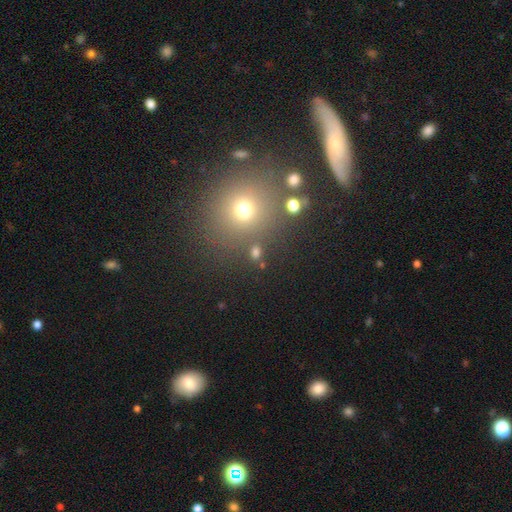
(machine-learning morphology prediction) smooth-or-featured: smooth: 57% | star or artifact: 31% | featured or disk: 13%
  how-rounded: round: 85% | in between: 13% | cigar-shaped: 2%
  merging: none: 80% | minor disturbance: 9% | merger: 6% | major disturbance: 4%